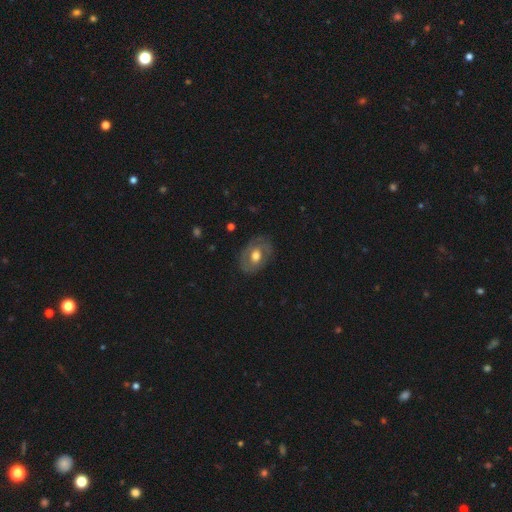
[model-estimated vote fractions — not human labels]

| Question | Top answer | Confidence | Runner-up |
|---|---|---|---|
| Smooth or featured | featured or disk | 57% | smooth (37%) |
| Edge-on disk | no | 94% | yes (6%) |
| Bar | no | 72% | weak (22%) |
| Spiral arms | no | 55% | yes (45%) |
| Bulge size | moderate | 65% | large (27%) |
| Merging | none | 76% | minor disturbance (17%) |